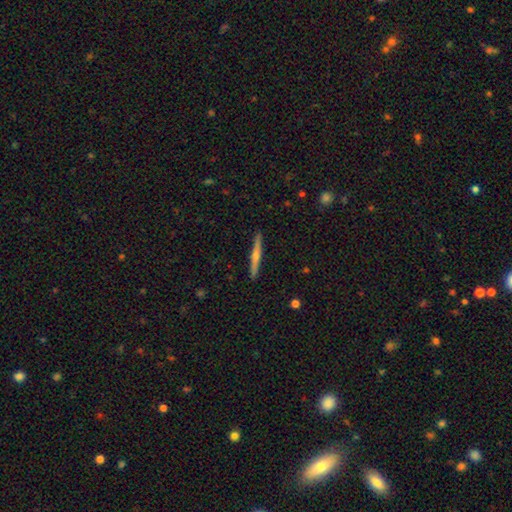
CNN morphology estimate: Smooth or featured: featured or disk — 71% (smooth — 23%)
Edge-on disk: yes — 98% (no — 2%)
Edge-on bulge: rounded — 82% (none — 13%)
Merging: none — 92% (minor disturbance — 6%)